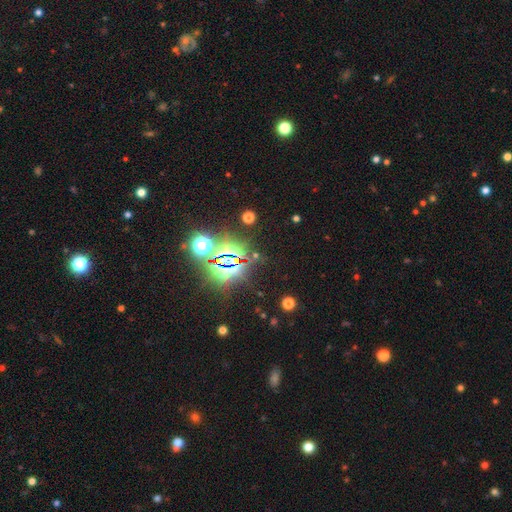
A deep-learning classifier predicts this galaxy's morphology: Q: Smooth or featured?
A: star or artifact (81%); runner-up: smooth (12%)